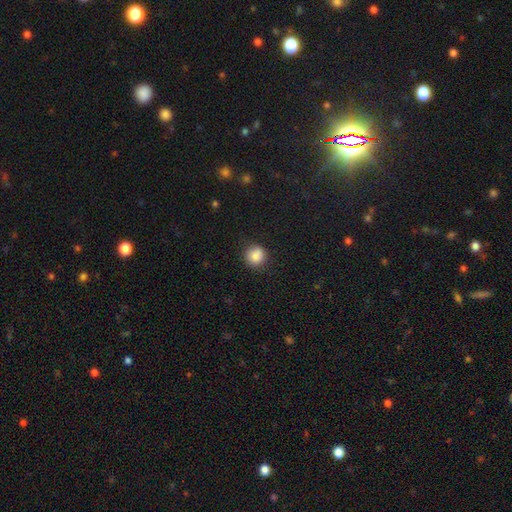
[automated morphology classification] smooth-or-featured: smooth: 86% | star or artifact: 10% | featured or disk: 5%
  how-rounded: round: 90% | in between: 9% | cigar-shaped: 1%
  merging: none: 83% | minor disturbance: 12% | major disturbance: 3% | merger: 2%